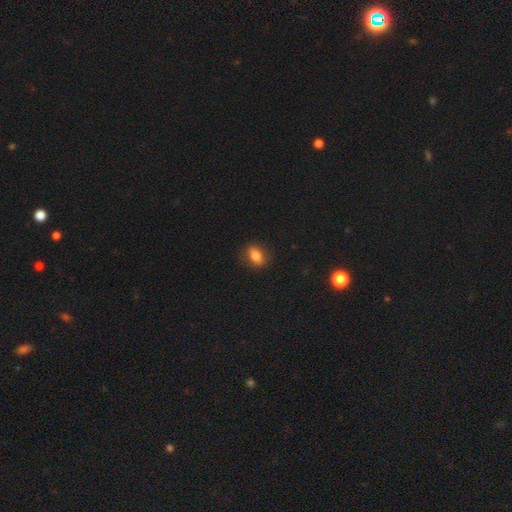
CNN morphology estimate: Smooth or featured? smooth (79%)
How rounded? in between (78%)
Merging? none (84%)